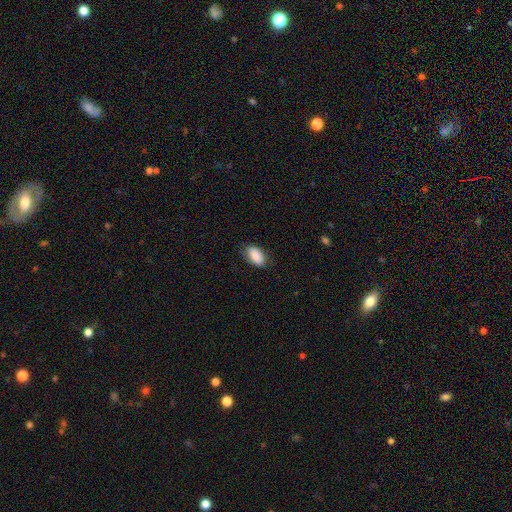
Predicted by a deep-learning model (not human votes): A smooth galaxy with no disk features (85%) that is in between round and cigar-shaped (93%).

Vote fractions:
- Smooth or featured? smooth: 85% / featured or disk: 8% / star or artifact: 7%
- How rounded? in between: 93% / round: 5% / cigar-shaped: 2%
- Merging? none: 80% / minor disturbance: 16% / major disturbance: 3% / merger: 1%